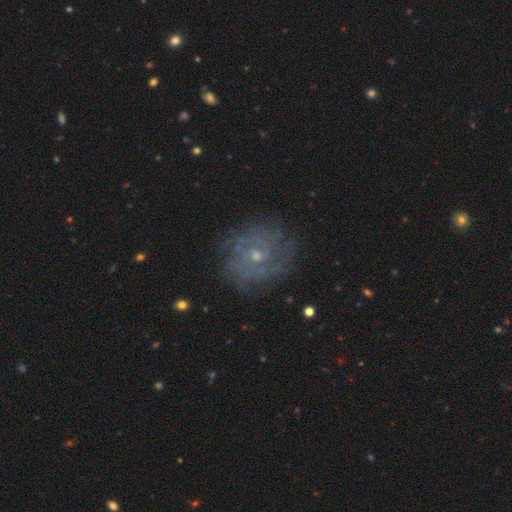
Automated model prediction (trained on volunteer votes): smooth-or-featured: featured or disk: 73% | smooth: 15% | star or artifact: 11%
  disk-edge-on: no: 97% | yes: 3%
    bar: no: 75% | weak: 21% | strong: 4%
    has-spiral-arms: yes: 86% | no: 14%
      spiral-winding: tight: 63% | medium: 28% | loose: 9%
      spiral-arm-count: can't tell: 45% | 2: 22% | 3: 14% | 4: 8% | more than 4: 6% | 1: 6%
    bulge-size: small: 63% | moderate: 33% | none: 2% | large: 1% | dominant: 1%
  merging: none: 77% | minor disturbance: 15% | major disturbance: 7% | merger: 1%